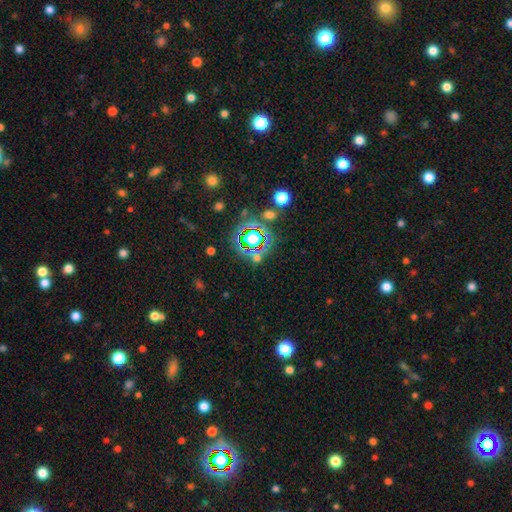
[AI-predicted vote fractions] A star or artifact, not a galaxy (73%).

Vote fractions:
- Smooth or featured? star or artifact: 73% / smooth: 17% / featured or disk: 9%